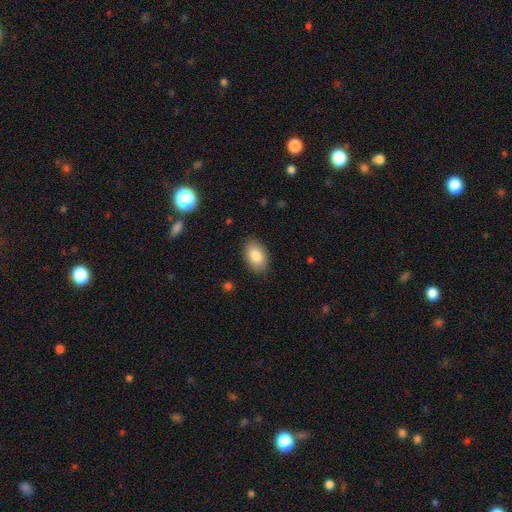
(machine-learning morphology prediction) A smooth galaxy with no disk features (85%) that is in between round and cigar-shaped (91%).

Vote fractions:
- Smooth or featured? smooth: 85% / featured or disk: 9% / star or artifact: 7%
- How rounded? in between: 91% / round: 8% / cigar-shaped: 1%
- Merging? none: 87% / minor disturbance: 10% / major disturbance: 2% / merger: 1%